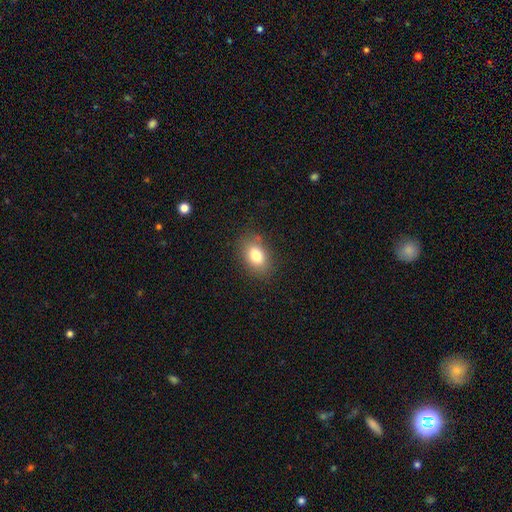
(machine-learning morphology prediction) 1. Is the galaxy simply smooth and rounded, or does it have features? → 81% smooth, 10% featured or disk, 10% star or artifact.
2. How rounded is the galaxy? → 80% in between, 19% round, 1% cigar-shaped.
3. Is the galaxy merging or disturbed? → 83% none, 12% minor disturbance, 3% major disturbance, 1% merger.